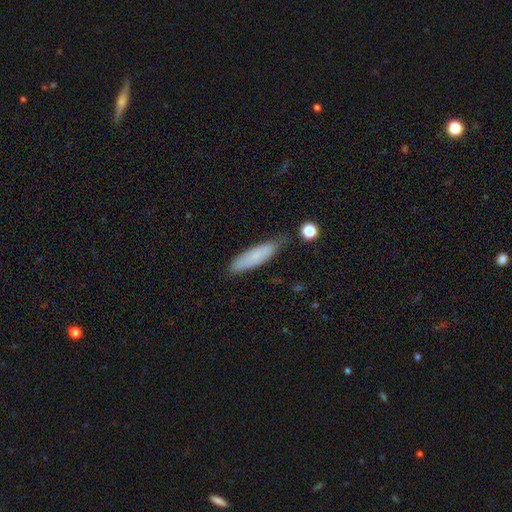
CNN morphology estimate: Smooth or featured? Predicted: smooth (p=0.77). How rounded? Predicted: cigar-shaped (p=0.74). Merging? Predicted: none (p=0.71).